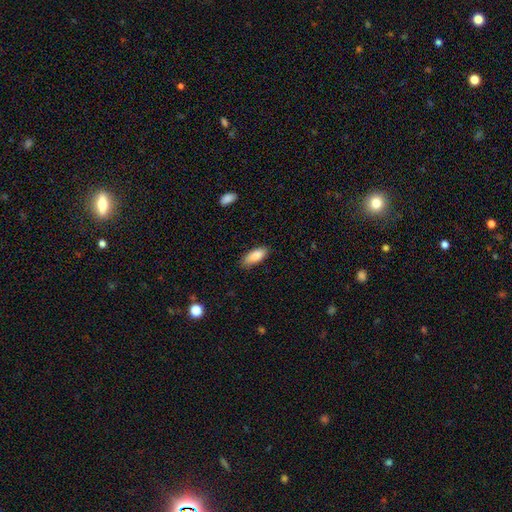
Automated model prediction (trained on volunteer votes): This is clearly a smooth galaxy (87%). How rounded: clearly in between (80%). Merging: clearly none (82%).